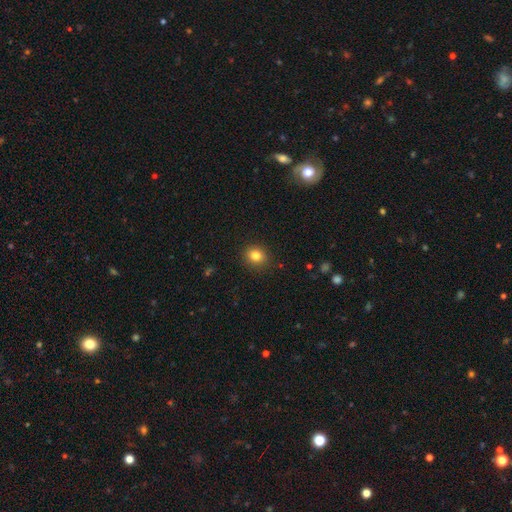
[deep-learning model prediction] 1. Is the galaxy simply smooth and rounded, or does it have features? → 82% smooth, 11% star or artifact, 6% featured or disk.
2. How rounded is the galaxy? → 70% round, 29% in between, 1% cigar-shaped.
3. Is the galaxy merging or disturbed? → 89% none, 8% minor disturbance, 2% major disturbance, 1% merger.